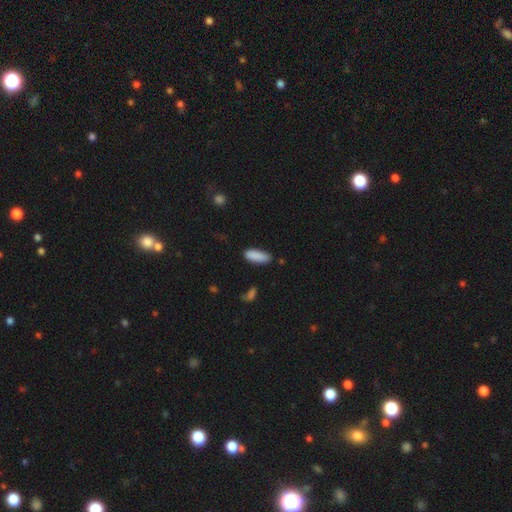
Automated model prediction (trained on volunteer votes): Q: Smooth or featured?
A: smooth (89%); runner-up: star or artifact (7%)
Q: How rounded?
A: in between (63%); runner-up: cigar-shaped (35%)
Q: Merging?
A: none (82%); runner-up: minor disturbance (13%)